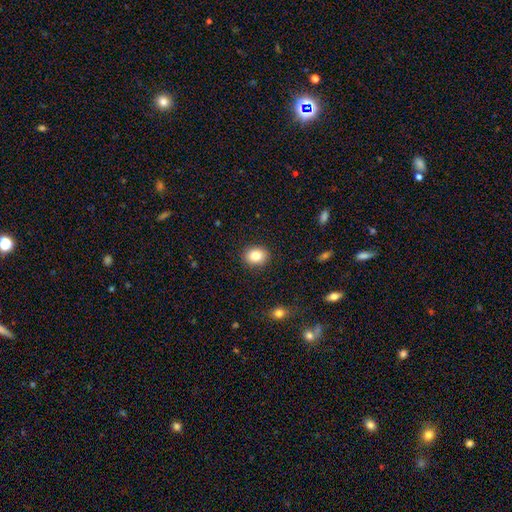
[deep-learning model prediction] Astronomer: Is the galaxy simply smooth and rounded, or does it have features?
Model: smooth — 84%.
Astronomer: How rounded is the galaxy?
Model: in between — 51% (runner-up: round, 48%).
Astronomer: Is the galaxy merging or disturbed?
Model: none — 89%.